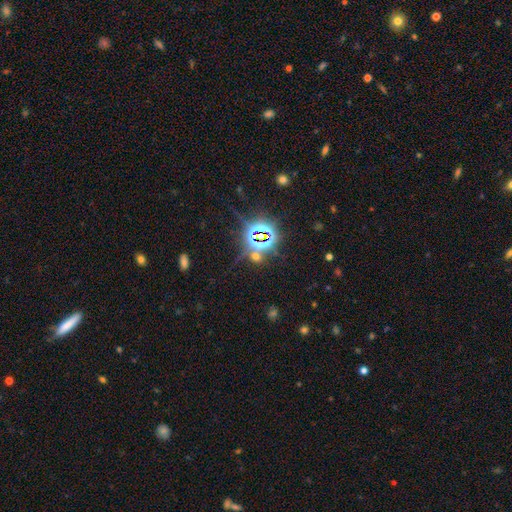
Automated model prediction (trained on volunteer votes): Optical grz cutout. It shows a star or artifact, not a galaxy (70%).